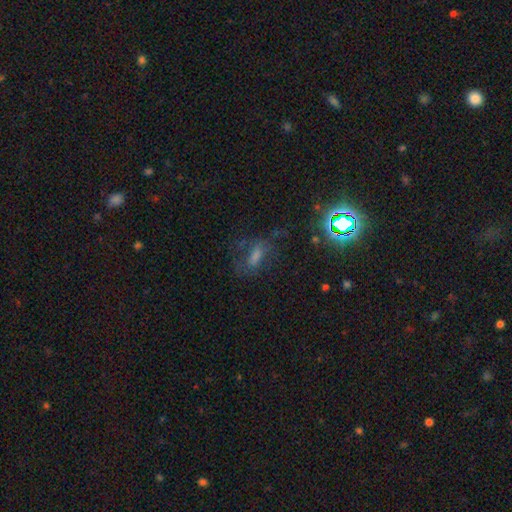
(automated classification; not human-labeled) star or artifact 37%, smooth 34%, featured or disk 29%.